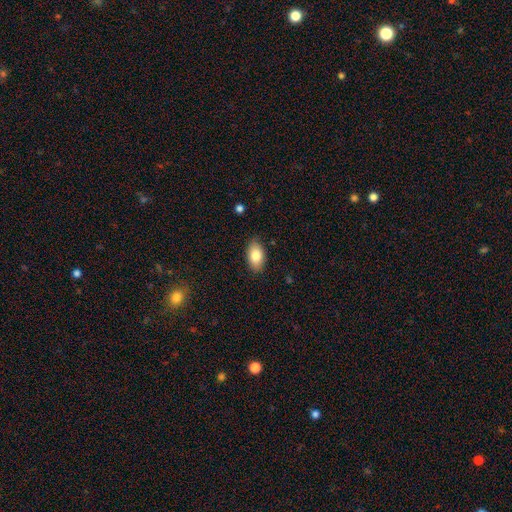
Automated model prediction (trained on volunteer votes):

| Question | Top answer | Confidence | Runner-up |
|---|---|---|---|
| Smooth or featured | smooth | 83% | featured or disk (10%) |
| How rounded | in between | 93% | round (5%) |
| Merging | none | 86% | minor disturbance (11%) |